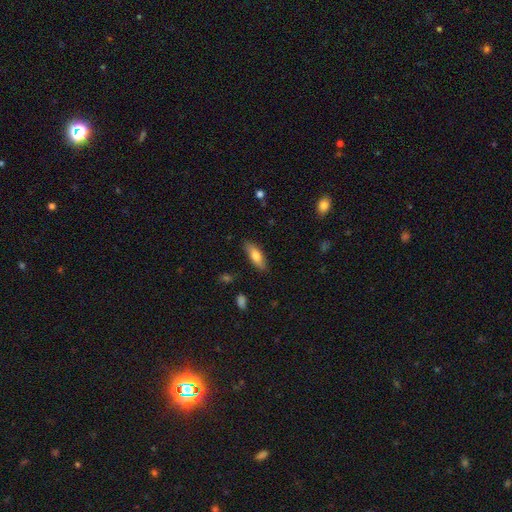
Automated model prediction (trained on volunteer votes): This appears to be a smooth galaxy with no disk features (75%) that is in between round and cigar-shaped (63%). Merging: none (84%).